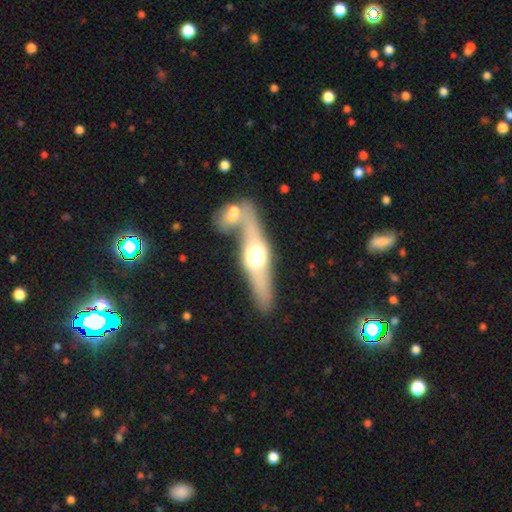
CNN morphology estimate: Smooth or featured?
  - featured or disk: 57% *
  - smooth: 36%
  - star or artifact: 6%
Edge-on disk?
  - yes: 77% *
  - no: 23%
Merging?
  - none: 50% *
  - merger: 34%
  - minor disturbance: 11%
  - major disturbance: 5%